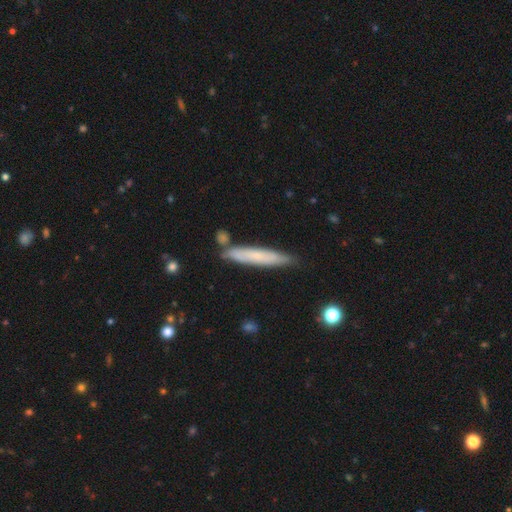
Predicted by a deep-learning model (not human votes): Smooth or featured? Predicted: smooth (p=0.64). How rounded? Predicted: cigar-shaped (p=0.93). Merging? Predicted: none (p=0.75).